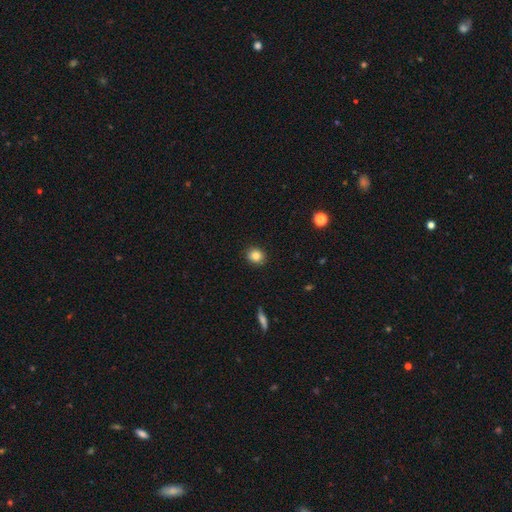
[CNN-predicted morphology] type=smooth (84%); roundness=round (73%); merging=none (89%).